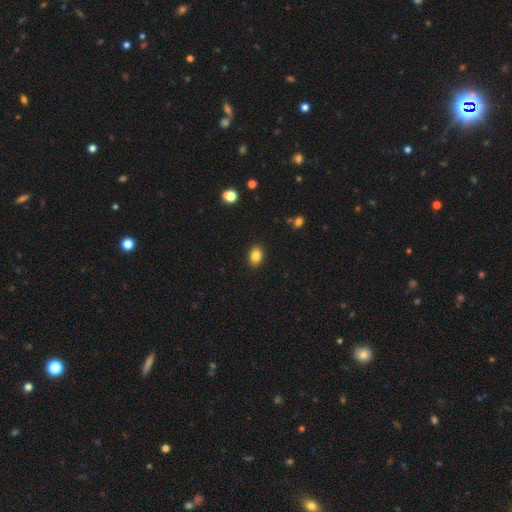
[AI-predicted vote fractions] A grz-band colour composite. It shows a smooth galaxy with no disk features (84%) that is in between round and cigar-shaped (72%). Merging: none (90%).